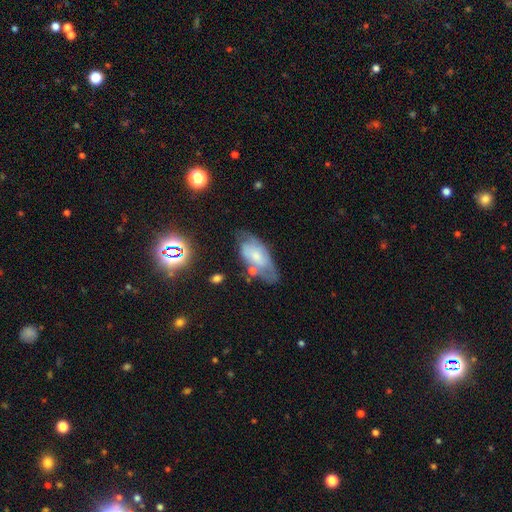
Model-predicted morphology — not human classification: A featured or disk galaxy (48%). Merging: none (47%).